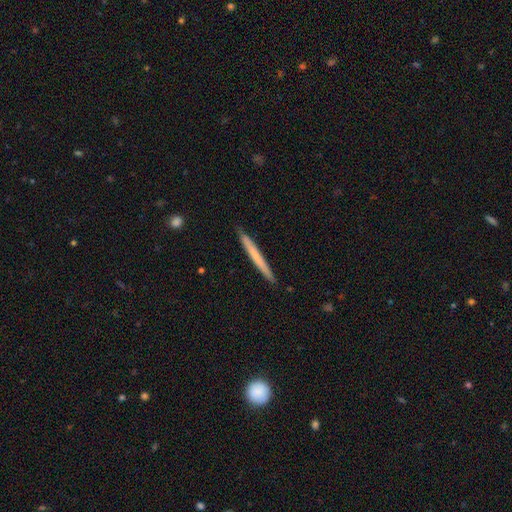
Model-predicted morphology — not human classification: Overall: smooth (59%; featured or disk 35%). How rounded: cigar-shaped (97%). Merging: none (90%).